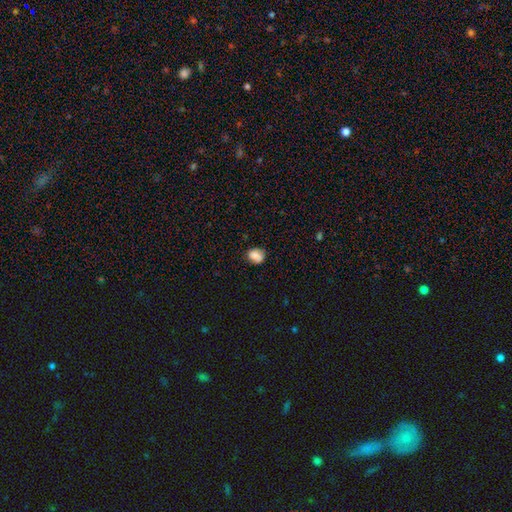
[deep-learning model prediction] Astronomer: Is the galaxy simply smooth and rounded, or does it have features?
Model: smooth — 79%.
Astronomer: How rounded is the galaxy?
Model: round — 62% (runner-up: in between, 37%).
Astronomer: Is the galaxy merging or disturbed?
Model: none — 68%.